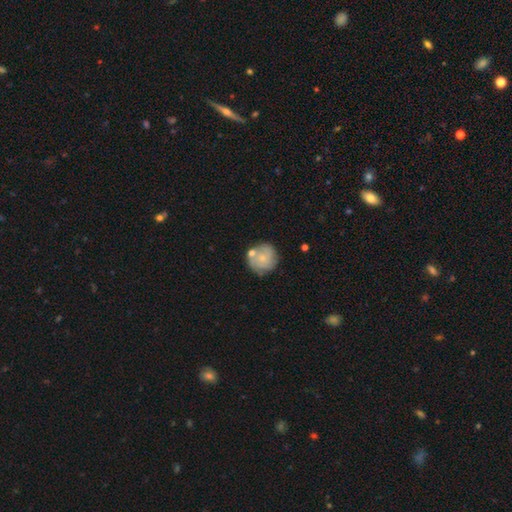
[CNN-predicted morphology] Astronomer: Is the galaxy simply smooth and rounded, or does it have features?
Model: featured or disk — 49% (runner-up: smooth, 44%).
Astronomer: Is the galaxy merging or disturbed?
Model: none — 64%.